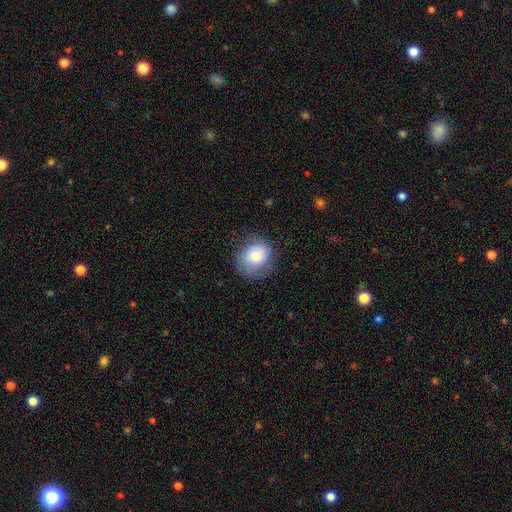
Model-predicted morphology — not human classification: smooth-or-featured: smooth: 72% | featured or disk: 20% | star or artifact: 8%
  how-rounded: round: 70% | in between: 29% | cigar-shaped: 1%
  merging: none: 66% | minor disturbance: 23% | major disturbance: 9% | merger: 1%